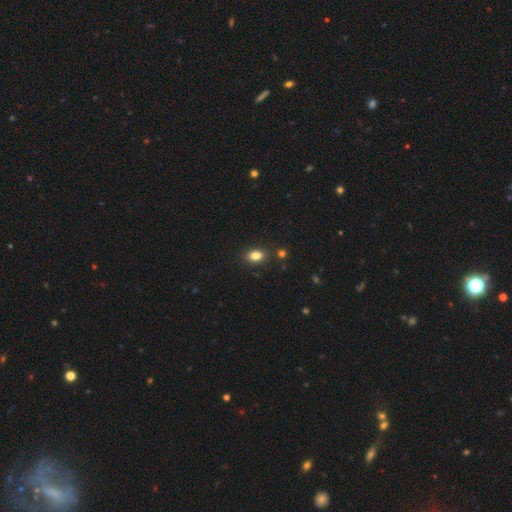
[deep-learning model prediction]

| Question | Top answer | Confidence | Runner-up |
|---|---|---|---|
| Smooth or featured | smooth | 83% | star or artifact (11%) |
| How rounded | in between | 80% | round (18%) |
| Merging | none | 83% | minor disturbance (10%) |